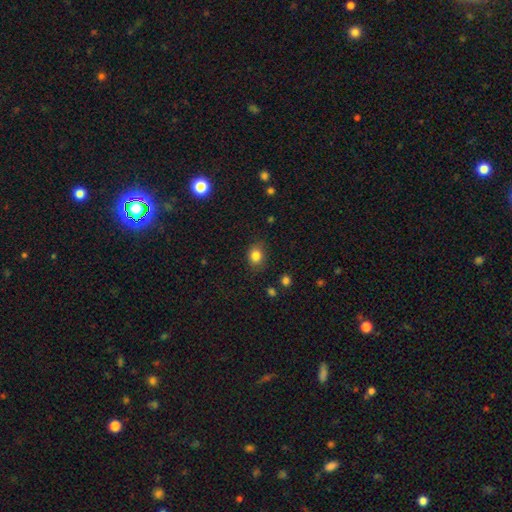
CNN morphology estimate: smooth-or-featured: smooth: 84% | star or artifact: 10% | featured or disk: 6%
  how-rounded: in between: 51% | round: 48% | cigar-shaped: 1%
  merging: none: 82% | minor disturbance: 14% | major disturbance: 3% | merger: 1%